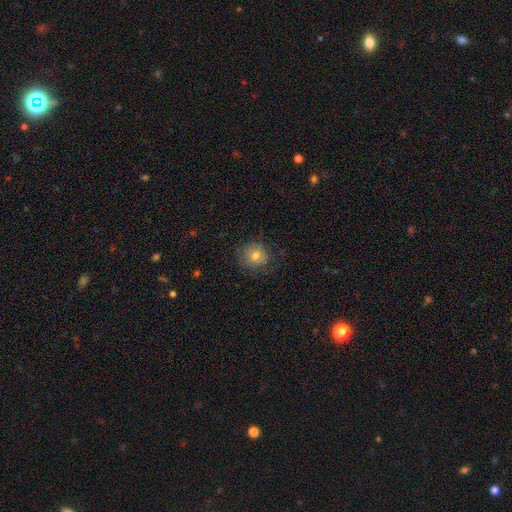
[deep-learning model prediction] Morphology: type=smooth (74%); roundness=round (86%); merging=none (77%).